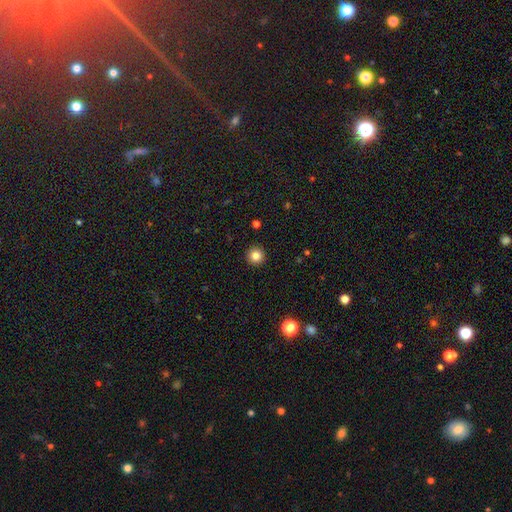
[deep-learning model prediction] Smooth or featured: smooth — 84% (star or artifact — 11%)
How rounded: round — 96% (in between — 3%)
Merging: none — 93% (minor disturbance — 4%)